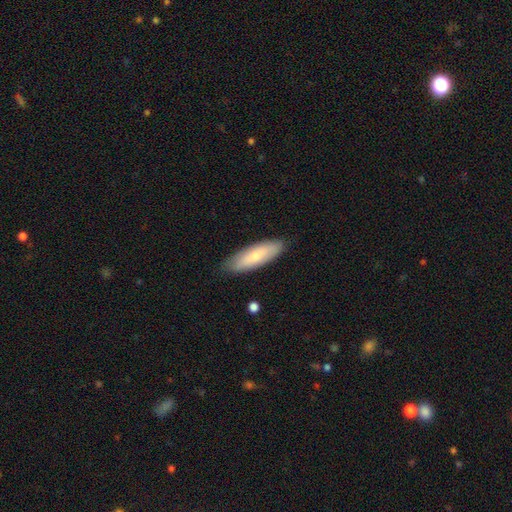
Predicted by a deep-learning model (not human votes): Smooth or featured?
  - smooth: 72% *
  - featured or disk: 23%
  - star or artifact: 6%
How rounded?
  - in between: 49% * (tied)
  - cigar-shaped: 49% * (tied)
  - round: 2%
Merging?
  - none: 84% *
  - minor disturbance: 12%
  - major disturbance: 2%
  - merger: 1%